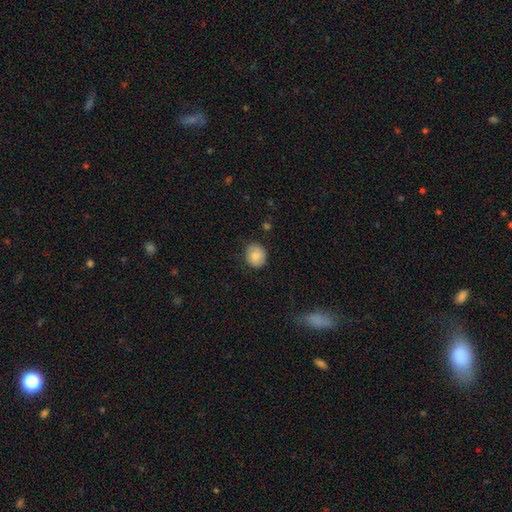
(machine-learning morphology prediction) Q: Smooth or featured?
A: smooth (83%); runner-up: featured or disk (9%)
Q: How rounded?
A: round (79%); runner-up: in between (20%)
Q: Merging?
A: none (82%); runner-up: minor disturbance (14%)